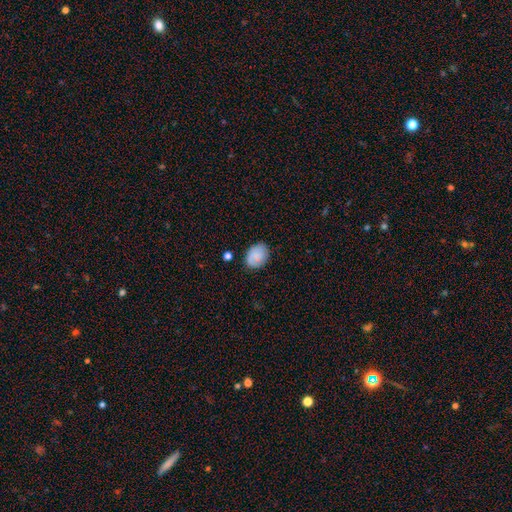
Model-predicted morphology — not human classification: Smooth or featured: smooth — 78% (featured or disk — 14%)
How rounded: in between — 65% (round — 34%)
Merging: none — 80% (minor disturbance — 14%)